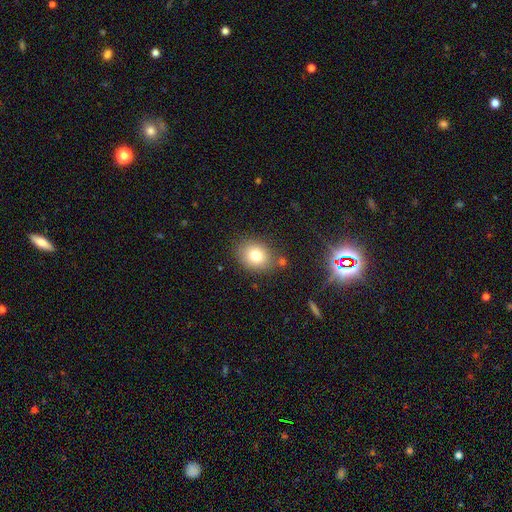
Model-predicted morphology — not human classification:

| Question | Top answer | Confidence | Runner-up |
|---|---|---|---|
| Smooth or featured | smooth | 78% | star or artifact (11%) |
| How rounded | round | 51% | in between (48%) |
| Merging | none | 77% | minor disturbance (14%) |